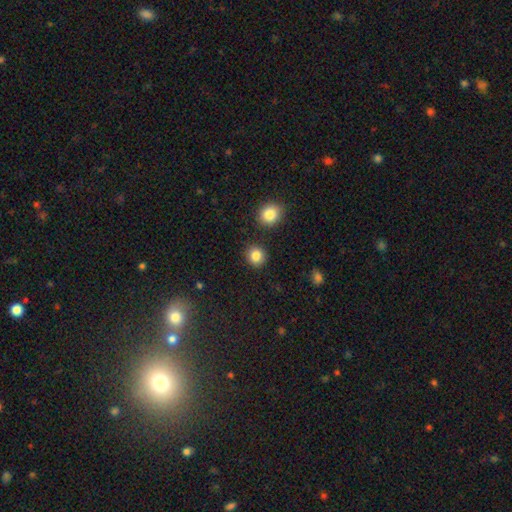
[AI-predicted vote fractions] This is clearly a smooth galaxy (86%). How rounded: clearly round (86%). Merging: clearly none (87%).